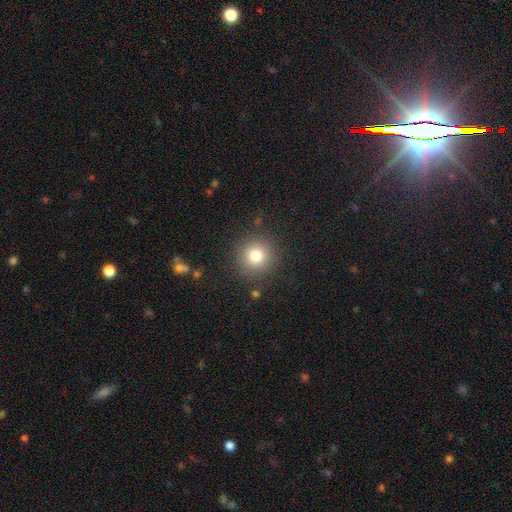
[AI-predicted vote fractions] This is likely a smooth galaxy (78%). How rounded: clearly round (94%). Merging: clearly none (88%).